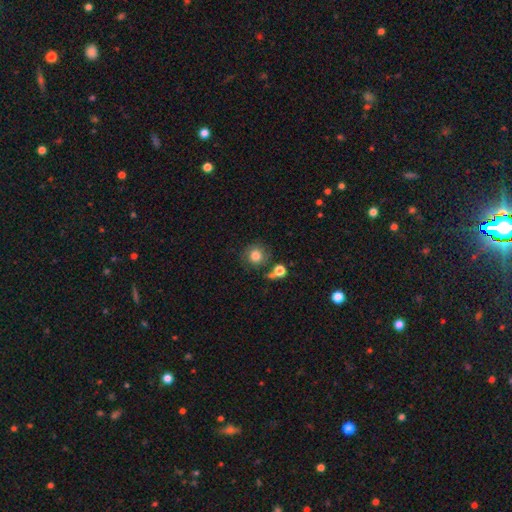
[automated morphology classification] Smooth or featured? Predicted: smooth (p=0.78). How rounded? Predicted: round (p=0.89). Merging? Predicted: none (p=0.69).